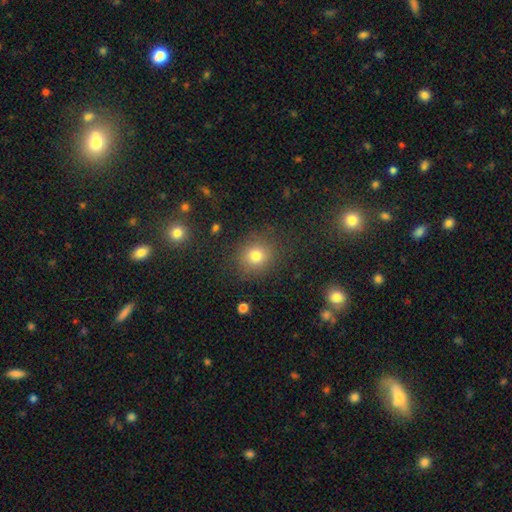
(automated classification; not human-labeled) smooth_or_featured: smooth (p=0.77) [alt: star or artifact p=0.15]
how_rounded: round (p=0.82) [alt: in between p=0.17]
merging: none (p=0.84) [alt: minor disturbance p=0.09]